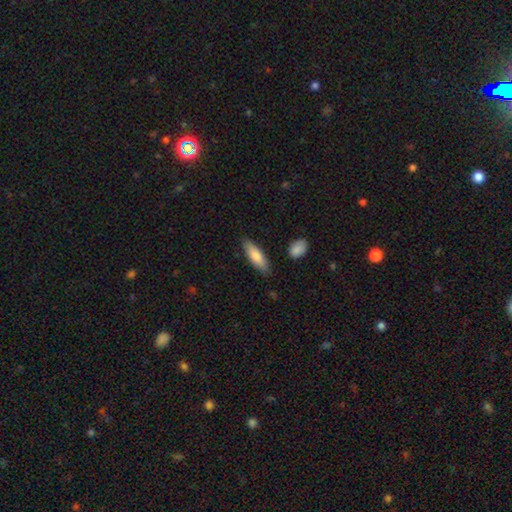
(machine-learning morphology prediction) A smooth galaxy with no disk features (78%) that is in between round and cigar-shaped (51%). Merging: none (84%).